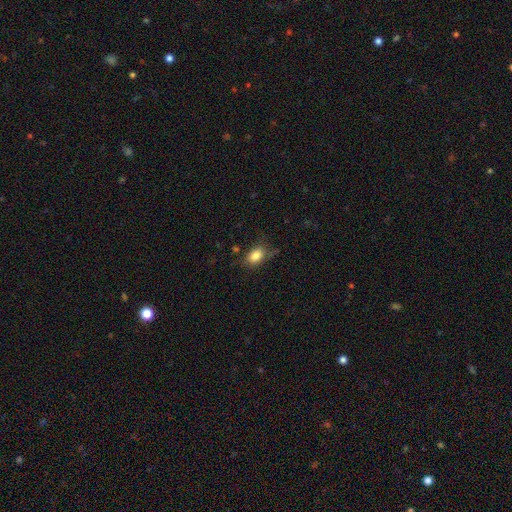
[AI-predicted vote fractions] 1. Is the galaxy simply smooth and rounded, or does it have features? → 83% smooth, 9% star or artifact, 8% featured or disk.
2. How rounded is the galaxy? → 82% in between, 17% round, 2% cigar-shaped.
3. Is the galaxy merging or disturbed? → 70% none, 21% minor disturbance, 6% major disturbance, 3% merger.